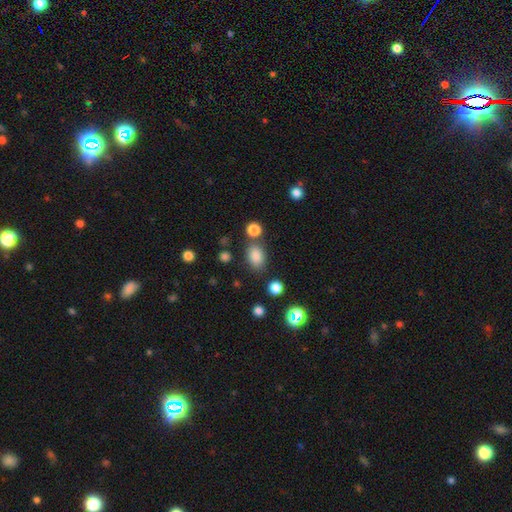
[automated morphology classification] A smooth galaxy with no disk features (84%) that is in between round and cigar-shaped (73%).

Vote fractions:
- Smooth or featured? smooth: 84% / star or artifact: 11% / featured or disk: 5%
- How rounded? in between: 73% / round: 25% / cigar-shaped: 1%
- Merging? none: 73% / minor disturbance: 13% / merger: 10% / major disturbance: 4%